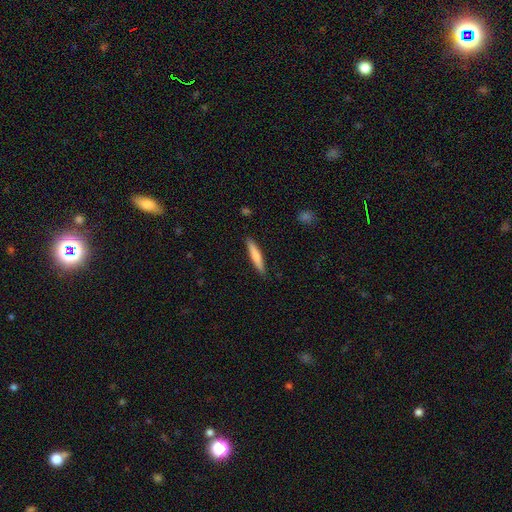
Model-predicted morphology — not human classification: Smooth or featured? smooth (74%)
How rounded? cigar-shaped (91%)
Merging? none (89%)